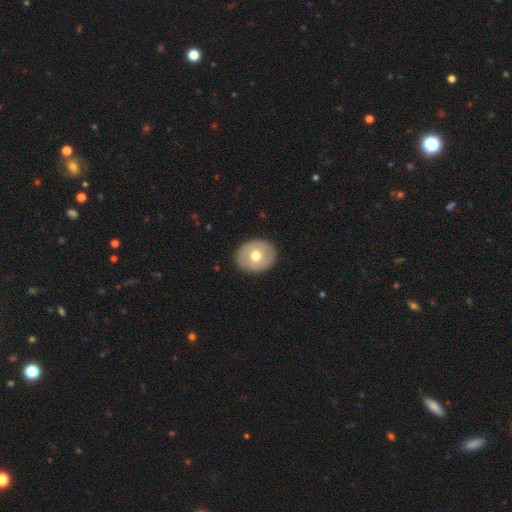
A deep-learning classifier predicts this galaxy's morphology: Smooth or featured?
  - smooth: 60% *
  - featured or disk: 34%
  - star or artifact: 6%
How rounded?
  - round: 64% *
  - in between: 35%
  - cigar-shaped: 1%
Merging?
  - none: 89% *
  - minor disturbance: 8%
  - major disturbance: 2%
  - merger: 1%